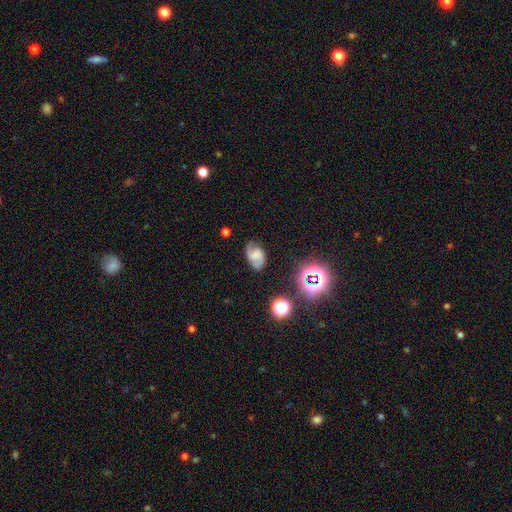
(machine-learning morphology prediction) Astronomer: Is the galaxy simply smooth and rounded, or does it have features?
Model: featured or disk — 70%.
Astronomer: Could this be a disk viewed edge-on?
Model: no — 97%.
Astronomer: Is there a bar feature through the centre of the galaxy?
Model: weak — 46% (runner-up: no, 39%).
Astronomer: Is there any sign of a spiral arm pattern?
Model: yes — 94%.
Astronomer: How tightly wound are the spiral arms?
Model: medium — 50% (runner-up: loose, 28%).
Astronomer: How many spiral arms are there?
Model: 2 — 86%.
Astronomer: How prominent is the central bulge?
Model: none — 51%.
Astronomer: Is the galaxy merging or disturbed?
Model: none — 72%.